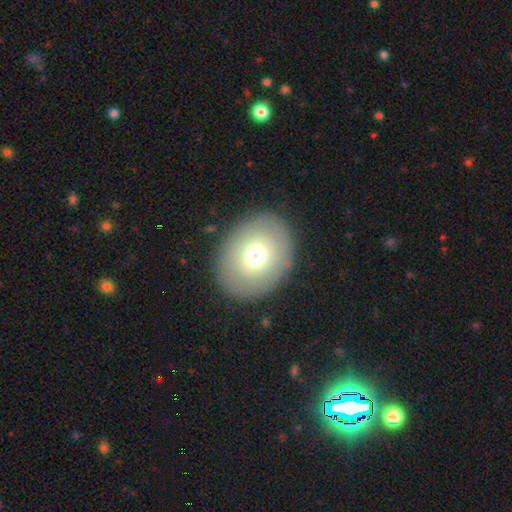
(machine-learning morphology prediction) Smooth or featured: smooth — 67% (featured or disk — 24%)
How rounded: in between — 51% (round — 48%)
Merging: none — 86% (minor disturbance — 9%)